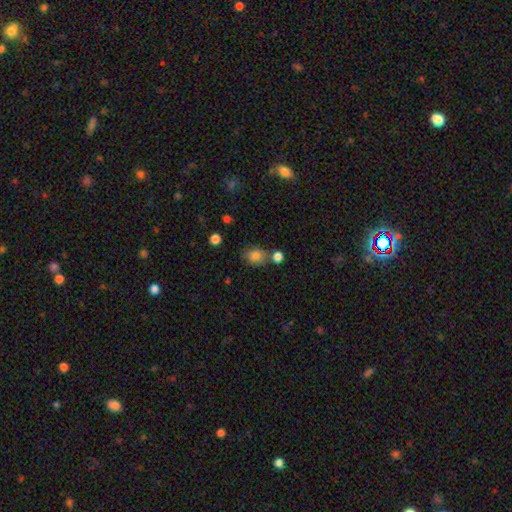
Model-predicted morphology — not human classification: Smooth or featured: smooth — 83% (star or artifact — 10%)
How rounded: in between — 54% (round — 45%)
Merging: none — 64% (merger — 17%)